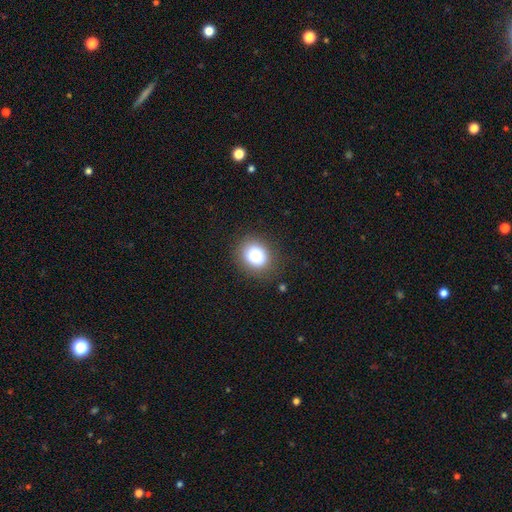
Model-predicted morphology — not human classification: This appears to be a smooth galaxy with no disk features (80%) that is round (68%). Merging: none (85%).